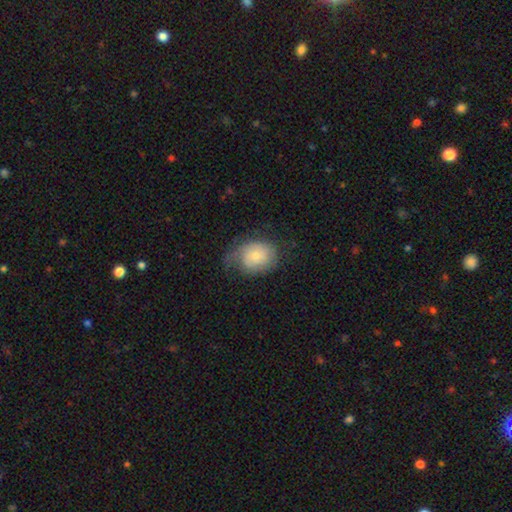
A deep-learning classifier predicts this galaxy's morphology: smooth 64%, featured or disk 28%, star or artifact 7%. Down the decision tree: how rounded — in between (50%); merging — none (44%).